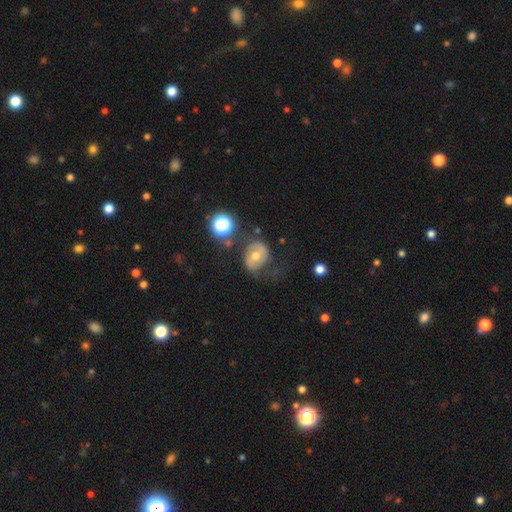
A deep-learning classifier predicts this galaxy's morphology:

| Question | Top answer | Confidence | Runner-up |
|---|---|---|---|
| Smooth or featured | featured or disk | 45% | smooth (44%) |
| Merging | none | 52% | minor disturbance (24%) |